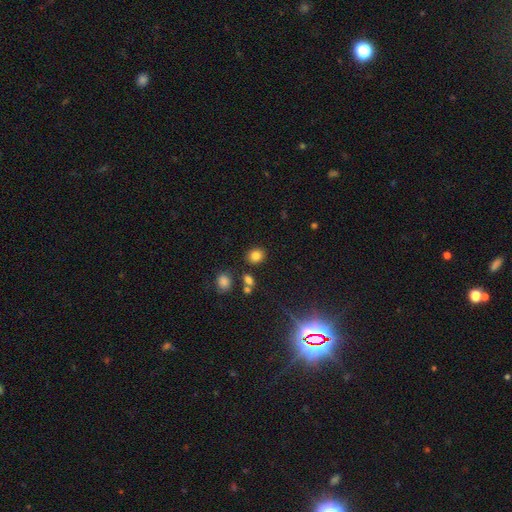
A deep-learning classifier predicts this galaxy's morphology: This is clearly a smooth galaxy (81%). How rounded: likely round (69%). Merging: clearly none (83%).